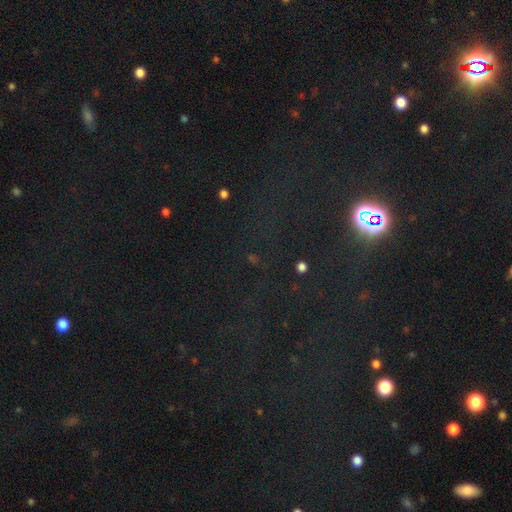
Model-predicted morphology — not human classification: star or artifact 76%, smooth 16%, featured or disk 8%.